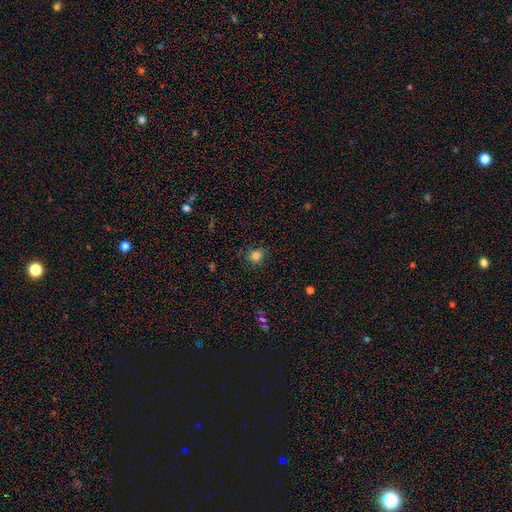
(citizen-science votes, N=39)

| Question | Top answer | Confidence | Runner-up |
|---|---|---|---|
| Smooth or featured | smooth | 82% | star or artifact (10%) |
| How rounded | round | 84% | in between (16%) |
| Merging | none | 89% | minor disturbance (6%) |